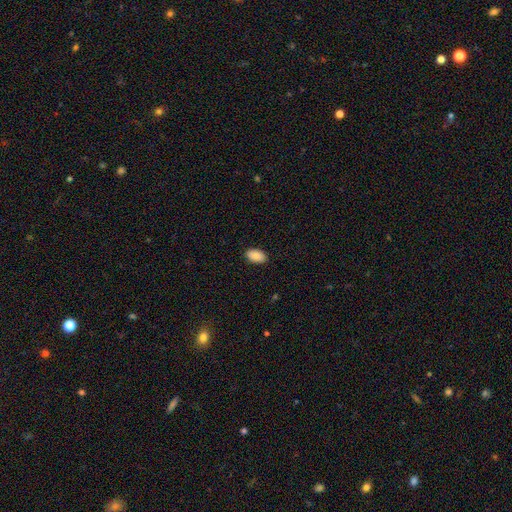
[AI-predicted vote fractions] smooth 87%, star or artifact 7%, featured or disk 6%. Down the decision tree: how rounded — in between (93%); merging — none (88%).